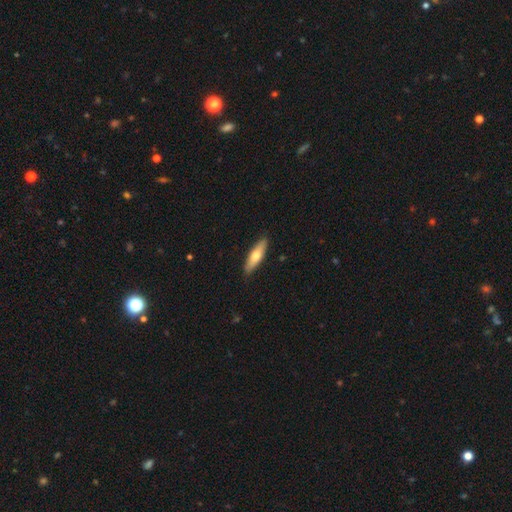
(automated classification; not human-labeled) Smooth or featured: smooth — 66% (featured or disk — 29%)
How rounded: cigar-shaped — 62% (in between — 36%)
Merging: none — 88% (minor disturbance — 9%)